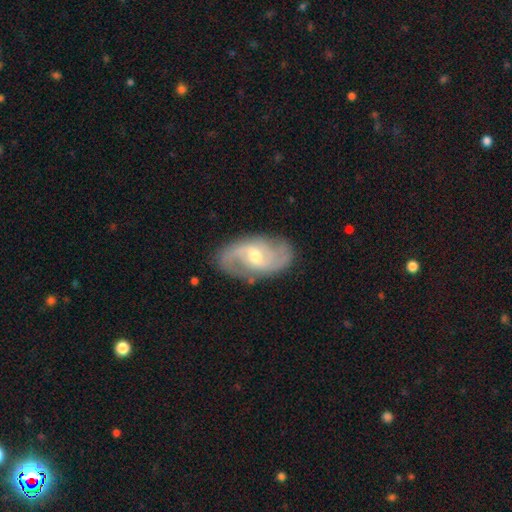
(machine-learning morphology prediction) Smooth or featured?
  - featured or disk: 84% *
  - smooth: 11%
  - star or artifact: 5%
Edge-on disk?
  - no: 96% *
  - yes: 4%
Bar?
  - weak: 54% *
  - no: 31%
  - strong: 15%
Spiral arms?
  - yes: 94% *
  - no: 6%
Spiral winding?
  - medium: 50% *
  - loose: 29%
  - tight: 21%
Spiral arm count?
  - 2: 83% *
  - can't tell: 7%
  - 3: 5%
  - 1: 2%
  - 4: 2%
  - more than 4: 1%
Bulge size?
  - moderate: 60% *
  - small: 34%
  - large: 4%
  - none: 1%
  - dominant: 1%
Merging?
  - none: 80% *
  - minor disturbance: 13%
  - major disturbance: 5%
  - merger: 1%